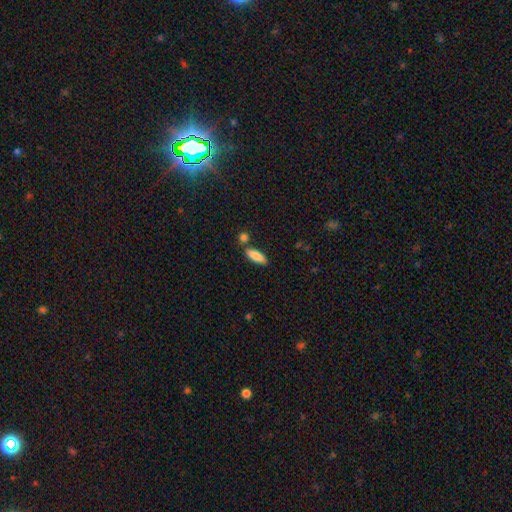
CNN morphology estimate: This is clearly a smooth galaxy (86%). How rounded: likely in between (63%). Merging: likely none (76%).